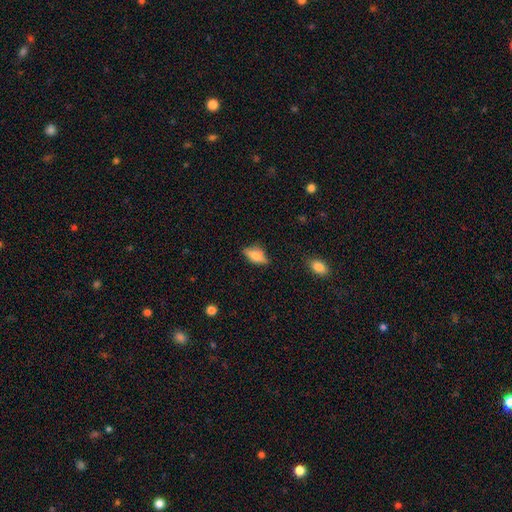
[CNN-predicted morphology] type=smooth (64%); roundness=in between (77%); merging=none (72%).